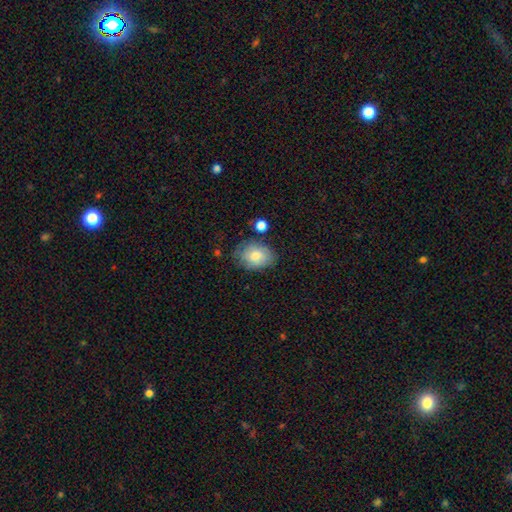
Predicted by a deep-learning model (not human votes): Smooth or featured?
  - smooth: 75% *
  - featured or disk: 17%
  - star or artifact: 7%
How rounded?
  - in between: 72% *
  - round: 27%
  - cigar-shaped: 1%
Merging?
  - none: 67% *
  - minor disturbance: 22%
  - major disturbance: 6%
  - merger: 5%